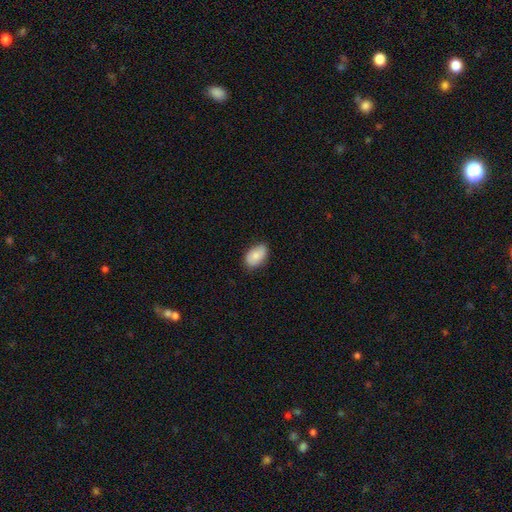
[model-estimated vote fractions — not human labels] Overall: smooth (82%). How rounded: in between (92%). Merging: none (80%).